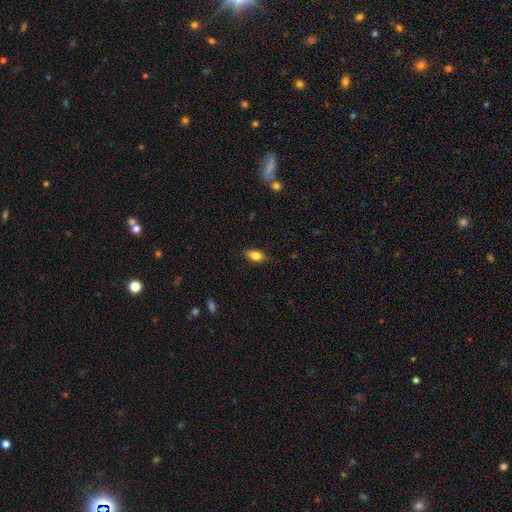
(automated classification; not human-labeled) Smooth or featured? Predicted: smooth (p=0.79). How rounded? Predicted: in between (p=0.84). Merging? Predicted: none (p=0.84).